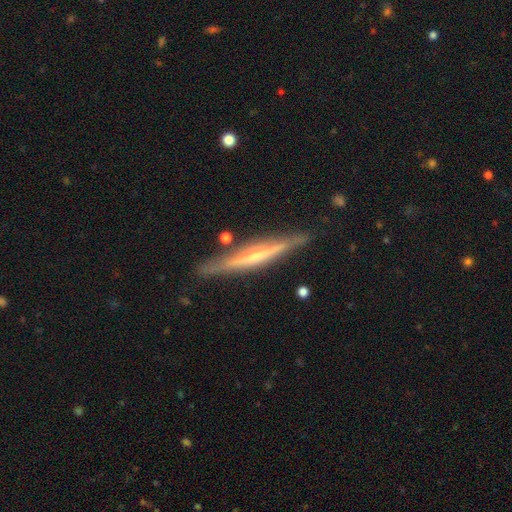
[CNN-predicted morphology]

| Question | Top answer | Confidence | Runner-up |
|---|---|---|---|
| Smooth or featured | featured or disk | 74% | smooth (20%) |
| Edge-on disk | yes | 96% | no (4%) |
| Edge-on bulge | rounded | 53% | none (36%) |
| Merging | none | 84% | minor disturbance (11%) |